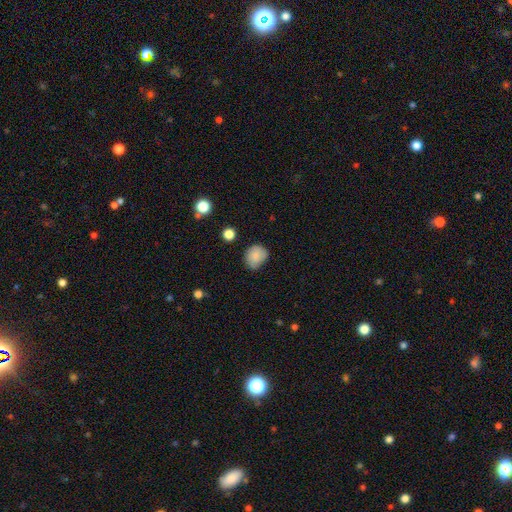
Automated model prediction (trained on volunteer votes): A smooth galaxy with no disk features (80%) that is round (69%).

Vote fractions:
- Smooth or featured? smooth: 80% / featured or disk: 11% / star or artifact: 9%
- How rounded? round: 69% / in between: 30% / cigar-shaped: 1%
- Merging? none: 62% / minor disturbance: 31% / major disturbance: 5% / merger: 2%